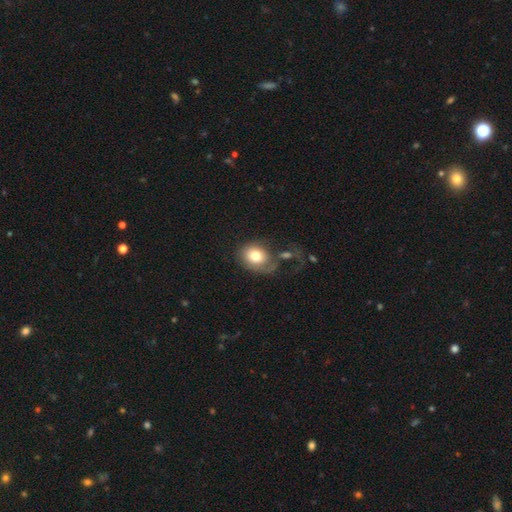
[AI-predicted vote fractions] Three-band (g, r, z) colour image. It shows a smooth galaxy with no disk features (73%) that is round (51%). Merging: none (40%).